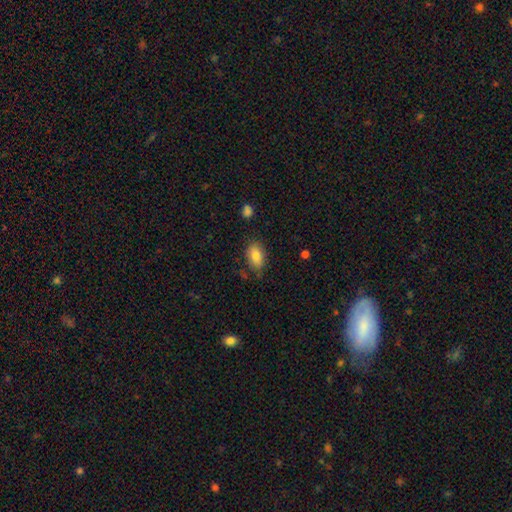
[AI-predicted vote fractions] smooth 81%, featured or disk 11%, star or artifact 8%. Down the decision tree: how rounded — in between (88%); merging — none (74%).